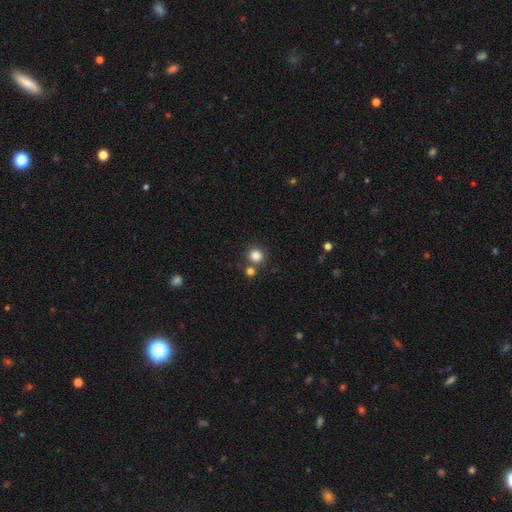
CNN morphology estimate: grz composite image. It shows a smooth galaxy with no disk features (83%) that is round (87%). Merging: none (71%).